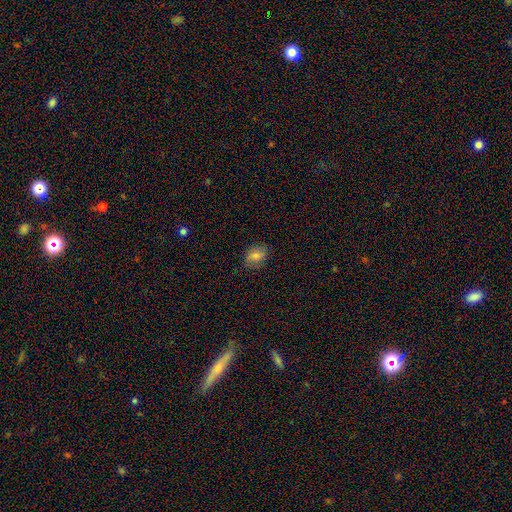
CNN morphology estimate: smooth_or_featured: smooth (p=0.77) [alt: featured or disk p=0.14]
how_rounded: in between (p=0.75) [alt: round p=0.24]
merging: none (p=0.80) [alt: minor disturbance p=0.16]